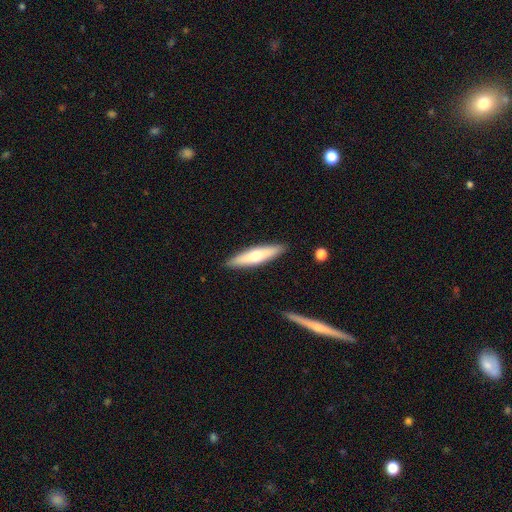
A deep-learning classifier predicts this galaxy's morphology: Overall: smooth (57%; featured or disk 38%). How rounded: cigar-shaped (77%). Merging: none (89%).